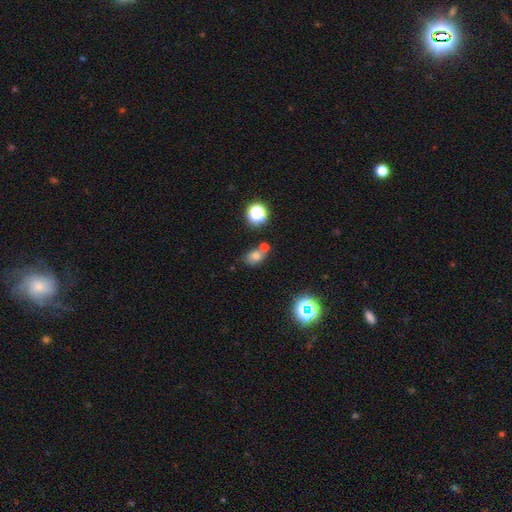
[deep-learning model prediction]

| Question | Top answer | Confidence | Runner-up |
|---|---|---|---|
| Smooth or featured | smooth | 69% | star or artifact (19%) |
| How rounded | in between | 60% | round (39%) |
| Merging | none | 49% | merger (32%) |